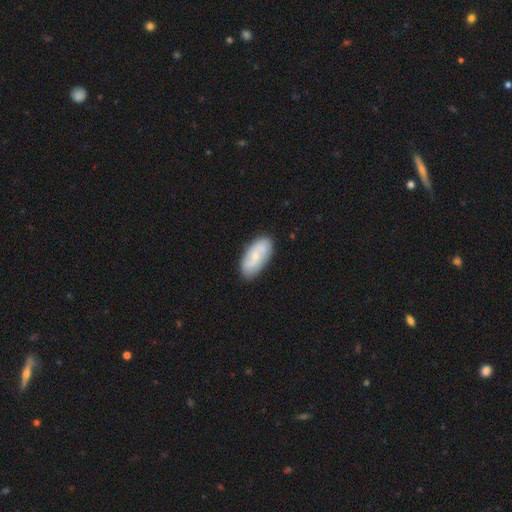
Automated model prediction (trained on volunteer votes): Smooth or featured? Predicted: smooth (p=0.49). Merging? Predicted: none (p=0.84).